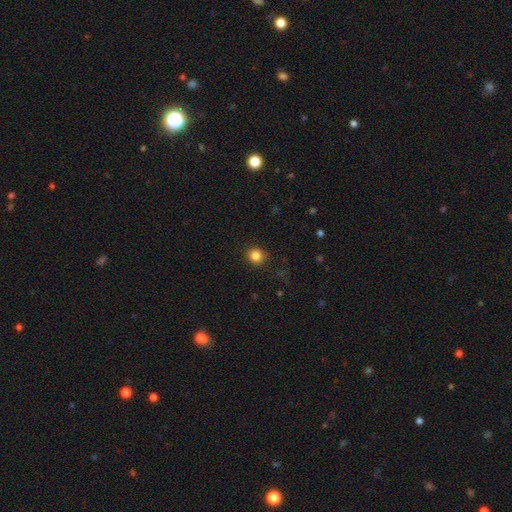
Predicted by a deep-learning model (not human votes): This appears to be a smooth galaxy with no disk features (84%) that is round (91%). Merging: none (90%).